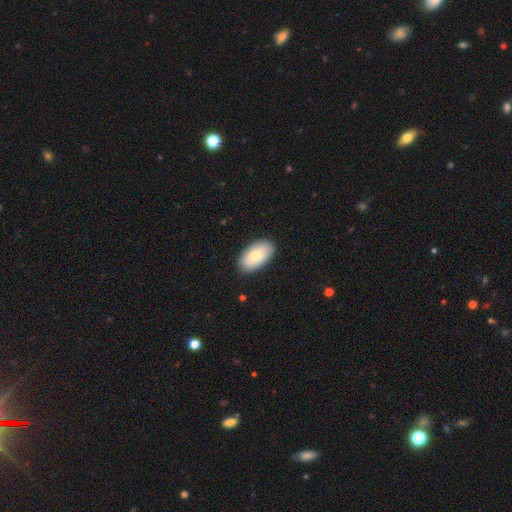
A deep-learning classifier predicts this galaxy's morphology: This appears to be a smooth galaxy with no disk features (75%) that is in between round and cigar-shaped (95%). Merging: none (88%).